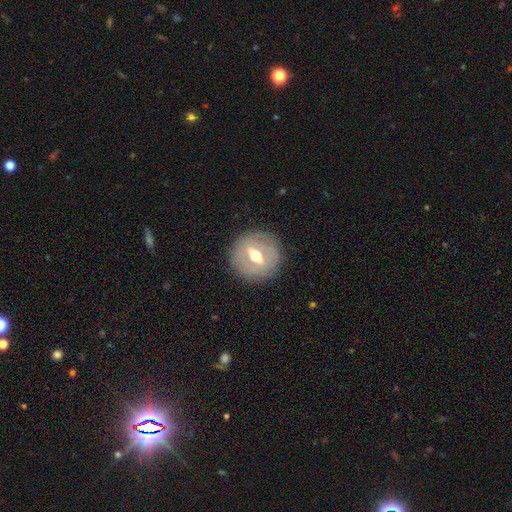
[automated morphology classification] smooth_or_featured: featured or disk (p=0.65) [alt: smooth p=0.28]
disk_edge_on: no (p=0.77) [alt: yes p=0.23]
bar: strong (p=0.48) [alt: weak p=0.38]
has_spiral_arms: no (p=0.79) [alt: yes p=0.21]
bulge_size: moderate (p=0.75) [alt: large p=0.12]
merging: none (p=0.85) [alt: minor disturbance p=0.10]